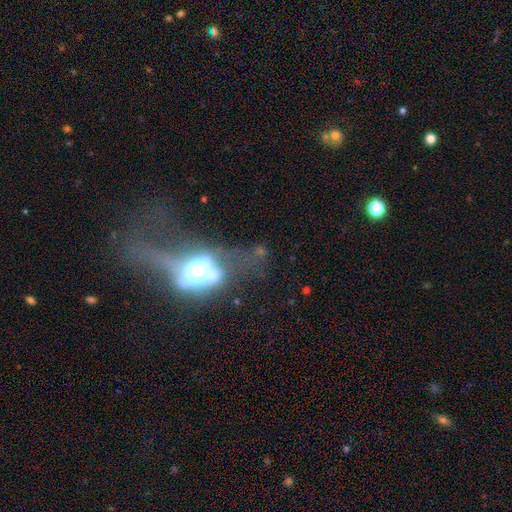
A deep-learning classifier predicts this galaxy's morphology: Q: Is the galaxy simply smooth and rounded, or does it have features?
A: featured or disk — 43%.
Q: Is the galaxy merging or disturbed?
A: major disturbance — 41%.